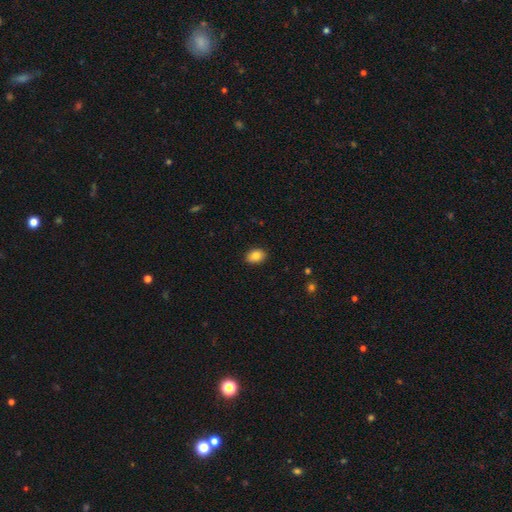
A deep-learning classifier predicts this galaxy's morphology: smooth-or-featured: smooth: 85% | star or artifact: 8% | featured or disk: 7%
  how-rounded: in between: 75% | round: 24% | cigar-shaped: 1%
  merging: none: 90% | minor disturbance: 7% | major disturbance: 2% | merger: 1%